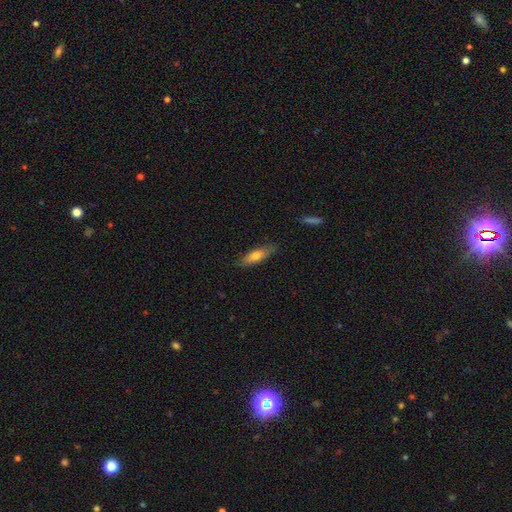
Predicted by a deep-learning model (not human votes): Q: Smooth or featured?
A: smooth (68%); runner-up: featured or disk (26%)
Q: How rounded?
A: cigar-shaped (55%); runner-up: in between (43%)
Q: Merging?
A: none (83%); runner-up: minor disturbance (14%)